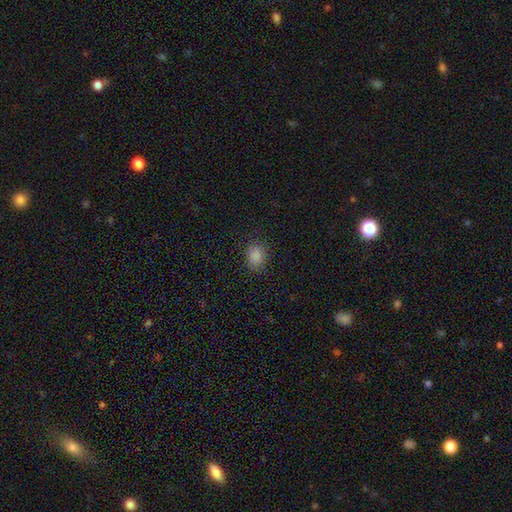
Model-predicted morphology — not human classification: Smooth or featured: smooth — 84% (star or artifact — 12%)
How rounded: round — 53% (in between — 46%)
Merging: none — 85% (minor disturbance — 11%)